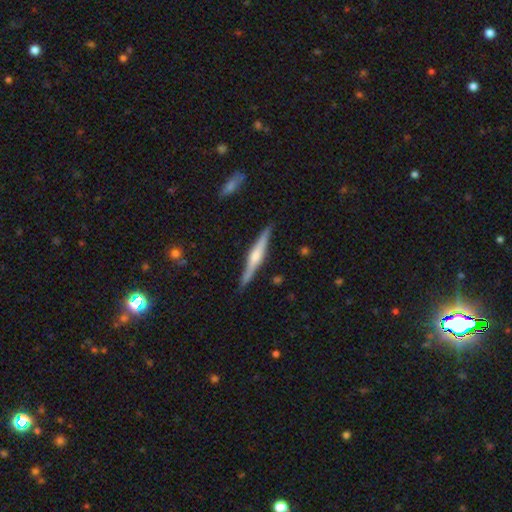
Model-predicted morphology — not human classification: Smooth or featured? Predicted: featured or disk (p=0.73). Edge-on disk? Predicted: yes (p=0.98). Edge-on bulge? Predicted: rounded (p=0.77). Merging? Predicted: none (p=0.89).